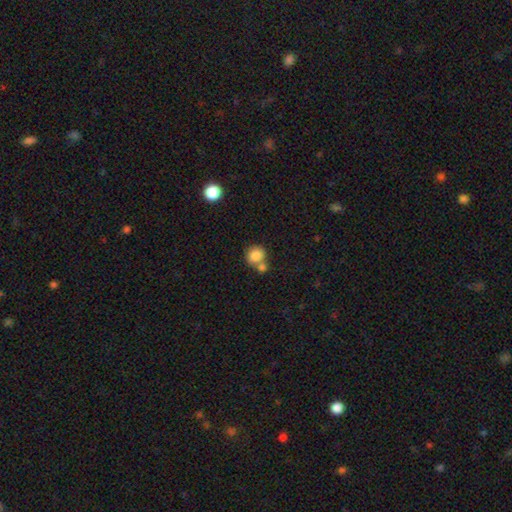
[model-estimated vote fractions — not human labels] This is clearly a smooth galaxy (84%). How rounded: clearly round (84%). Merging: possibly none (50%).